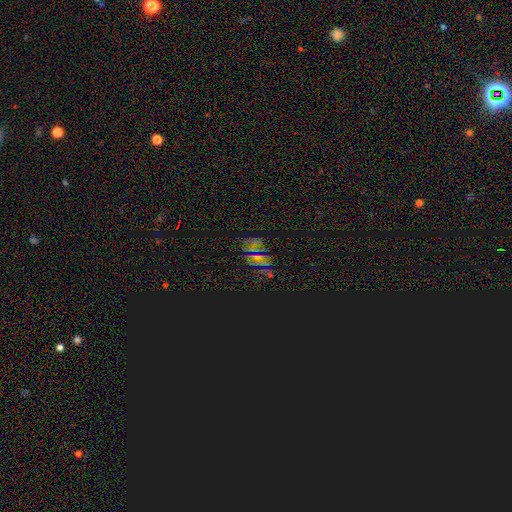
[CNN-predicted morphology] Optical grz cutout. It shows a star or artifact, not a galaxy (68%).